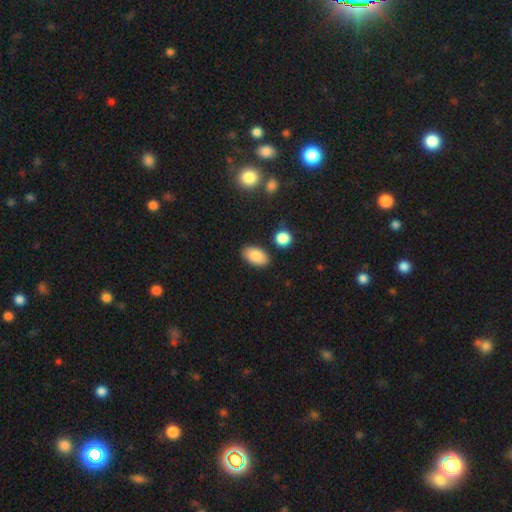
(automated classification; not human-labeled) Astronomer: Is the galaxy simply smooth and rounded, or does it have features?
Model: smooth — 85%.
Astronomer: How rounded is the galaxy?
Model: in between — 93%.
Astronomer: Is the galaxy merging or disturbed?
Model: none — 86%.